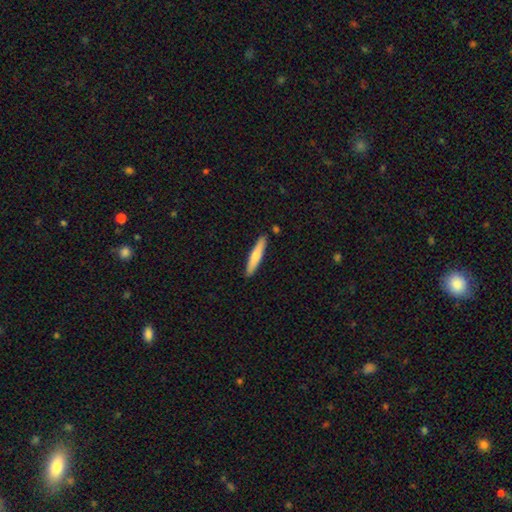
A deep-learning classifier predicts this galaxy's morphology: smooth-or-featured: smooth: 65% | featured or disk: 29% | star or artifact: 5%
  how-rounded: cigar-shaped: 91% | in between: 8% | round: 1%
  merging: none: 89% | minor disturbance: 7% | merger: 2% | major disturbance: 1%